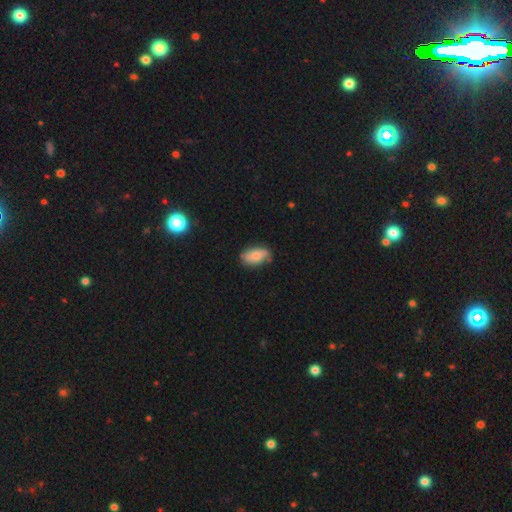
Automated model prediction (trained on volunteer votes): This is likely a smooth galaxy (65%). How rounded: clearly in between (92%). Merging: likely none (69%).